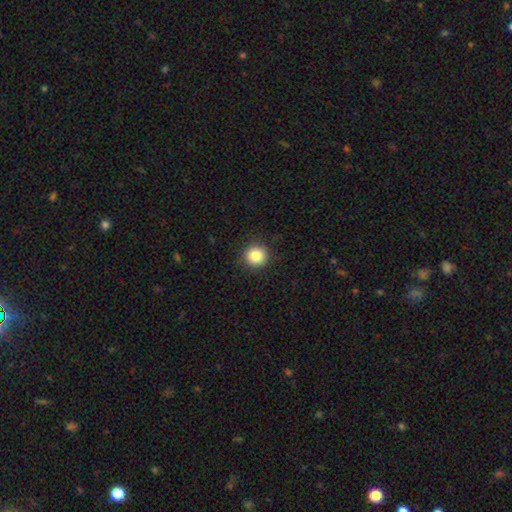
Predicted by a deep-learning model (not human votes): Q: Smooth or featured?
A: smooth (85%); runner-up: star or artifact (10%)
Q: How rounded?
A: round (94%); runner-up: in between (6%)
Q: Merging?
A: none (91%); runner-up: minor disturbance (6%)